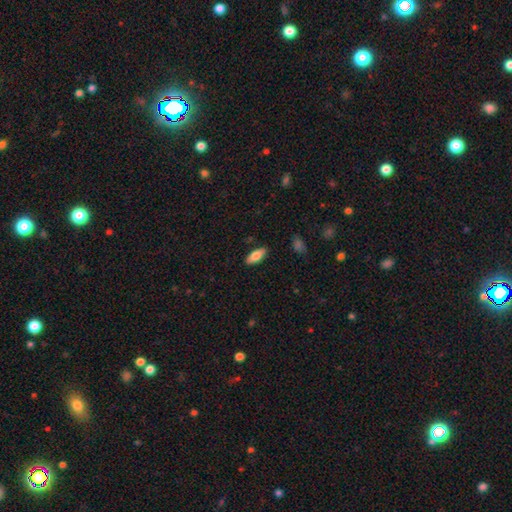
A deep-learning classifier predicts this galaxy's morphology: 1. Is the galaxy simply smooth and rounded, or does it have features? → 77% smooth, 17% featured or disk, 6% star or artifact.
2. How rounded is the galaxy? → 80% in between, 18% cigar-shaped, 2% round.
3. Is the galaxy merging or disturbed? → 87% none, 9% minor disturbance, 2% major disturbance, 1% merger.